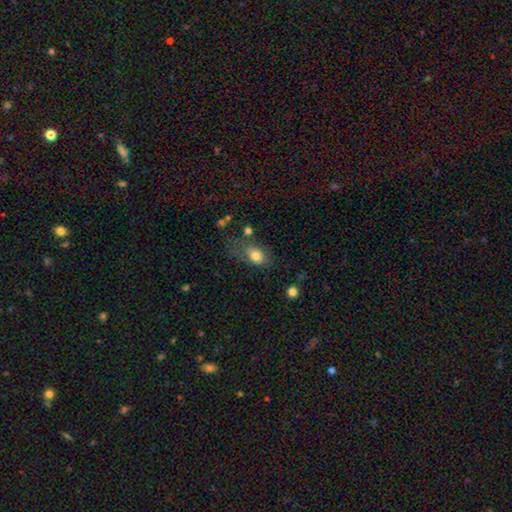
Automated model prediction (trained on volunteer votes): Smooth or featured: smooth — 79% (featured or disk — 12%)
How rounded: in between — 76% (round — 22%)
Merging: none — 40% (minor disturbance — 29%)